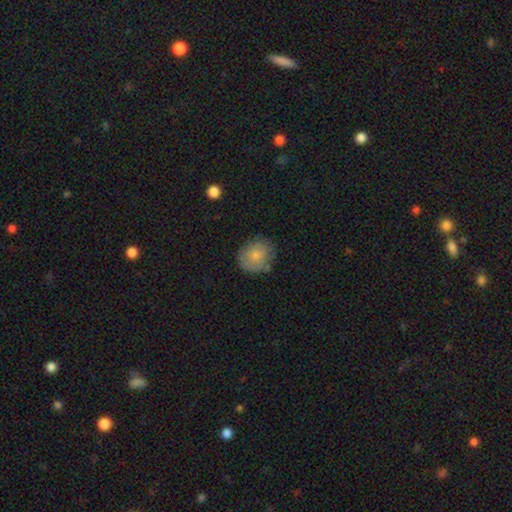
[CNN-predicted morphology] Smooth or featured?
  - smooth: 78% *
  - featured or disk: 15%
  - star or artifact: 7%
How rounded?
  - round: 74% *
  - in between: 25%
  - cigar-shaped: 1%
Merging?
  - none: 72% *
  - minor disturbance: 20%
  - major disturbance: 5%
  - merger: 3%